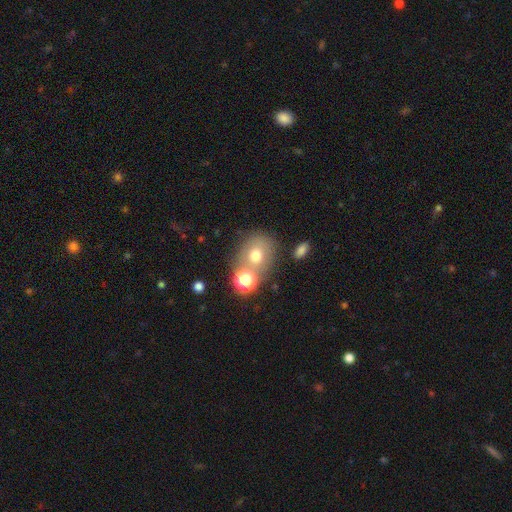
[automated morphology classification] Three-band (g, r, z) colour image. It shows a smooth galaxy with no disk features (68%) that is round (71%). Merging: none (61%).